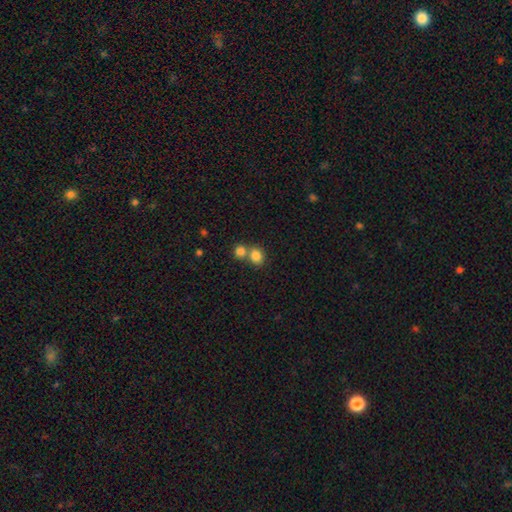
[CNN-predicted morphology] The model was most divided on "merging": none: 46%, merger: 44%, minor disturbance: 7%, major disturbance: 3%. More confident: smooth or featured — smooth (83%); how rounded — round (66%).